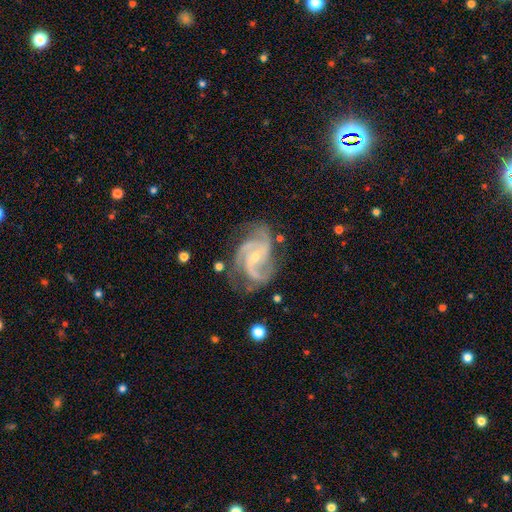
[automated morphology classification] A featured or disk galaxy (92%) with no bar (48%), 3 (54%) medium (56%) spiral arms (98%) and a small central bulge (74%).

Vote fractions:
- Smooth or featured? featured or disk: 92% / star or artifact: 5% / smooth: 4%
- Edge-on disk? no: 98% / yes: 2%
- Bar? no: 48% / weak: 38% / strong: 14%
- Spiral arms? yes: 98% / no: 2%
- Spiral winding? medium: 56% / tight: 30% / loose: 14%
- Spiral arm count? 3: 54% / 2: 21% / 4: 11% / can't tell: 6% / 1: 4% / more than 4: 4%
- Bulge size? small: 74% / moderate: 22% / none: 2% / large: 1% / dominant: 1%
- Merging? none: 64% / minor disturbance: 22% / major disturbance: 12% / merger: 2%